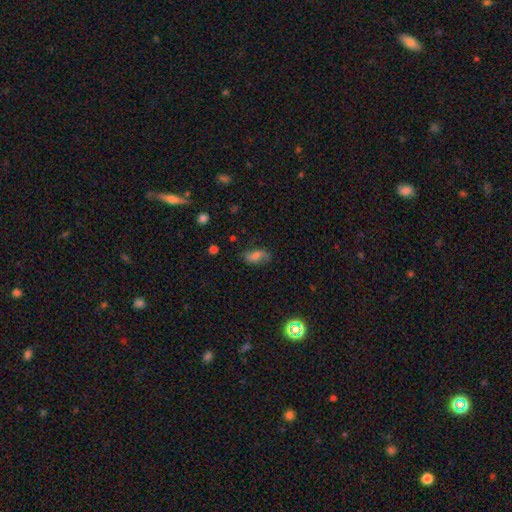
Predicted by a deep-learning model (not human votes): This is likely a smooth galaxy (62%). How rounded: clearly in between (85%). Merging: likely none (72%).